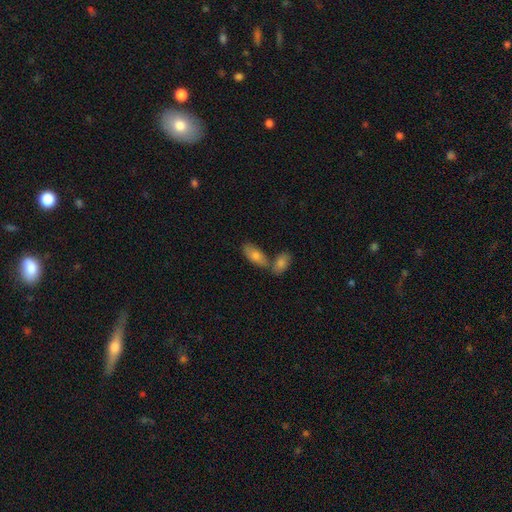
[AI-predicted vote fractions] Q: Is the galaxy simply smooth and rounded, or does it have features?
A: smooth — 75%.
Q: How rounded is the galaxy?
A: in between — 86%.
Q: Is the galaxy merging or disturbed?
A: none — 45%.